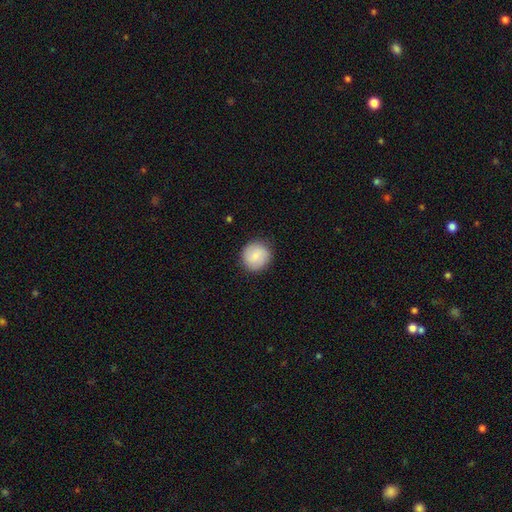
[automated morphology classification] A smooth galaxy with no disk features (78%) that is round (92%).

Vote fractions:
- Smooth or featured? smooth: 78% / featured or disk: 15% / star or artifact: 6%
- How rounded? round: 92% / in between: 7% / cigar-shaped: 1%
- Merging? none: 88% / minor disturbance: 9% / major disturbance: 2% / merger: 1%